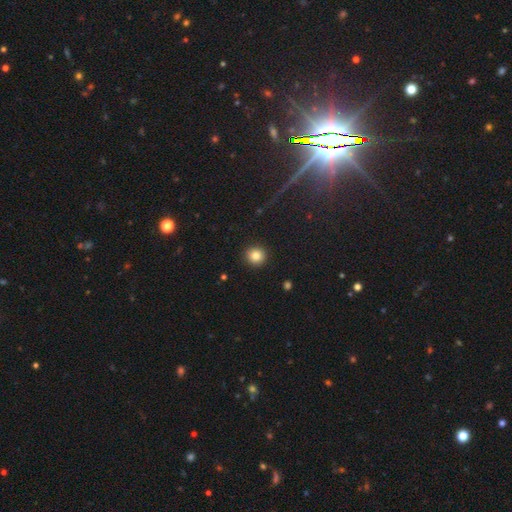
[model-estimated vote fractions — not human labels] Smooth or featured? smooth (84%)
How rounded? round (93%)
Merging? none (92%)